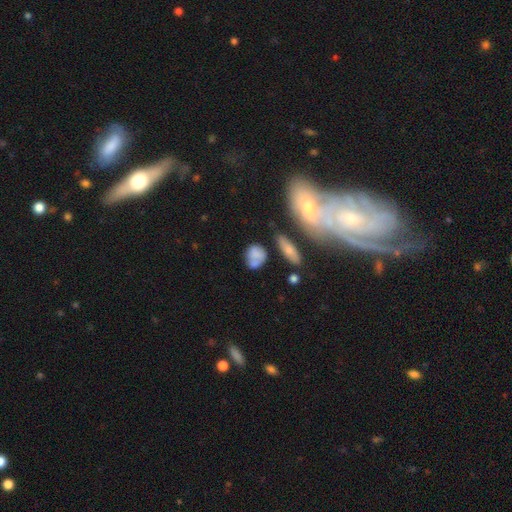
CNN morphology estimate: type=smooth (68%); roundness=round (52%); merging=none (49%).